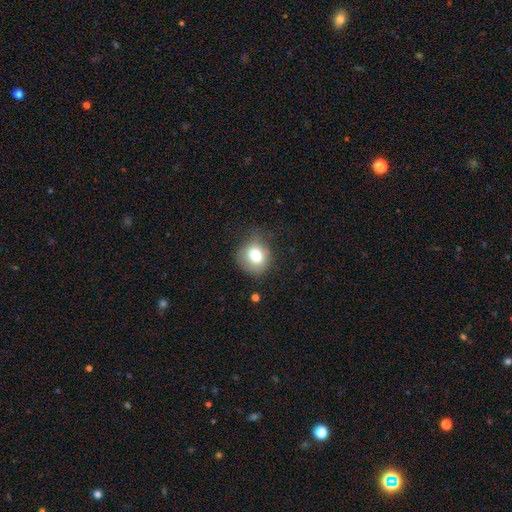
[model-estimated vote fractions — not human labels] This is likely a smooth galaxy (76%). How rounded: clearly round (80%). Merging: likely none (68%).